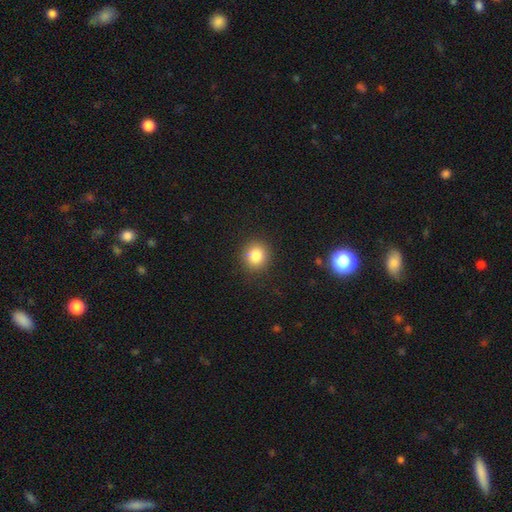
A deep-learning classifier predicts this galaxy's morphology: smooth-or-featured: smooth: 83% | star or artifact: 11% | featured or disk: 6%
  how-rounded: round: 84% | in between: 15% | cigar-shaped: 1%
  merging: none: 87% | minor disturbance: 8% | major disturbance: 3% | merger: 2%